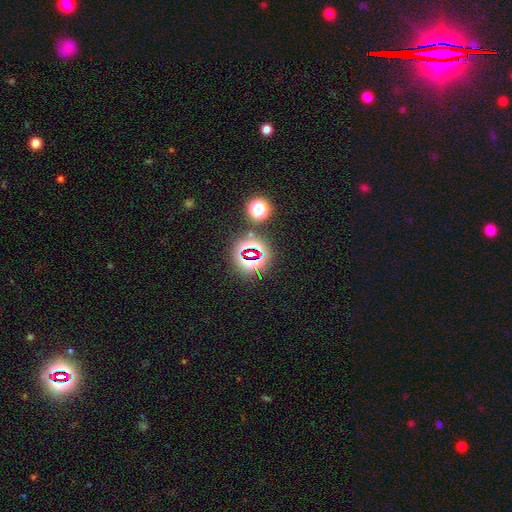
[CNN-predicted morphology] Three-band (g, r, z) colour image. It shows a star or artifact, not a galaxy (72%).